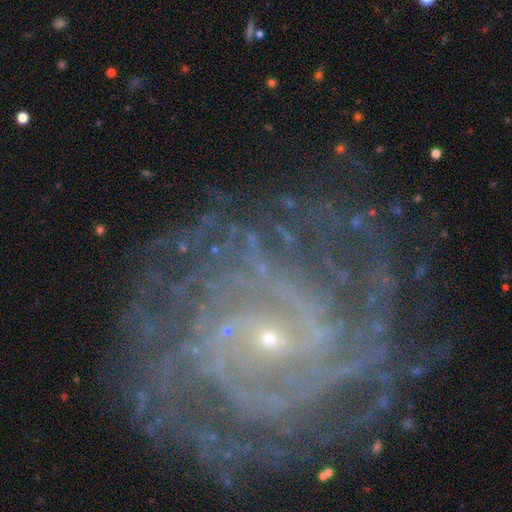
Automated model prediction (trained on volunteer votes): smooth_or_featured: featured or disk (p=0.87) [alt: star or artifact p=0.08]
disk_edge_on: no (p=0.97) [alt: yes p=0.03]
bar: no (p=0.49) [alt: weak p=0.33]
has_spiral_arms: yes (p=0.97) [alt: no p=0.03]
spiral_winding: tight (p=0.67) [alt: medium p=0.26]
spiral_arm_count: can't tell (p=0.24) [alt: 2 p=0.18]
bulge_size: small (p=0.88) [alt: moderate p=0.07]
merging: none (p=0.73) [alt: minor disturbance p=0.15]